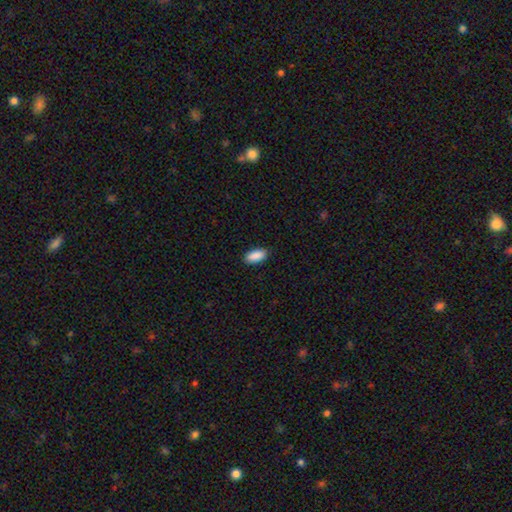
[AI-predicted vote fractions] A smooth galaxy with no disk features (91%) that is in between round and cigar-shaped (92%).

Vote fractions:
- Smooth or featured? smooth: 91% / star or artifact: 6% / featured or disk: 3%
- How rounded? in between: 92% / cigar-shaped: 6% / round: 2%
- Merging? none: 89% / minor disturbance: 8% / major disturbance: 2% / merger: 1%